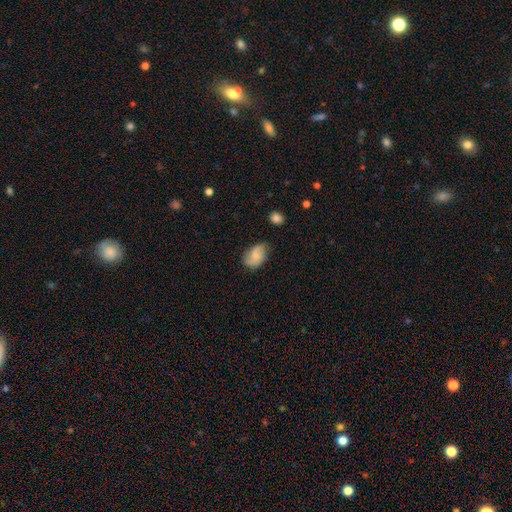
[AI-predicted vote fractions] This is likely a smooth galaxy (64%). How rounded: clearly in between (83%). Merging: likely none (61%).